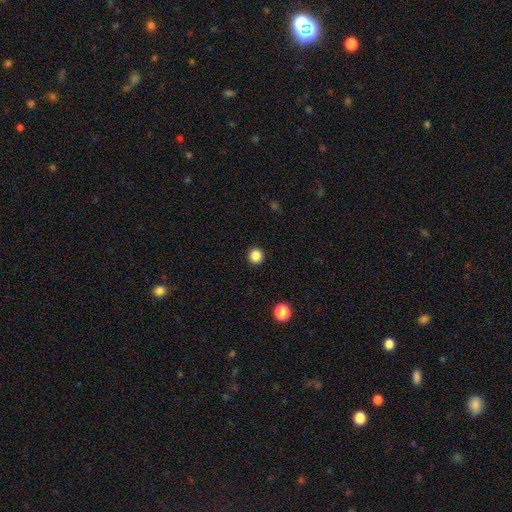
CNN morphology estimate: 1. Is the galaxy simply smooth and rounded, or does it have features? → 86% smooth, 11% star or artifact, 3% featured or disk.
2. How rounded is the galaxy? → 94% round, 5% in between, 1% cigar-shaped.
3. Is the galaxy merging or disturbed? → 93% none, 4% minor disturbance, 2% major disturbance, 1% merger.